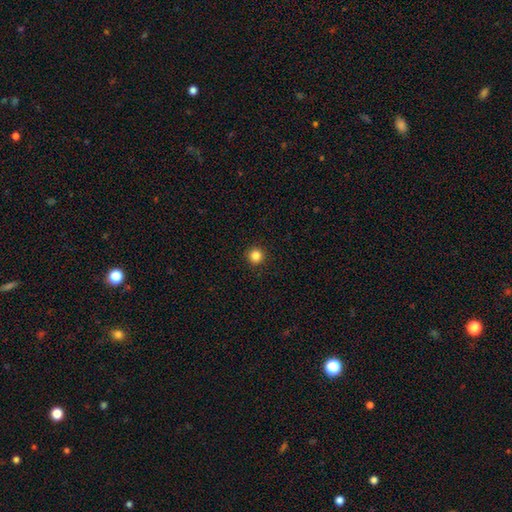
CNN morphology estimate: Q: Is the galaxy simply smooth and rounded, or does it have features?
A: smooth — 84%.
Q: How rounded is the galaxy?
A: round — 96%.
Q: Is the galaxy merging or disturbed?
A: none — 93%.